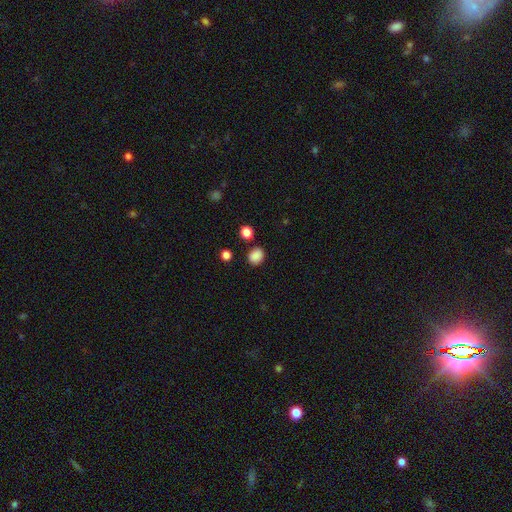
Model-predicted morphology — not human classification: The model was most divided on "how rounded": round: 62%, in between: 37%, cigar-shaped: 1%. More confident: smooth or featured — smooth (86%); merging — none (82%).